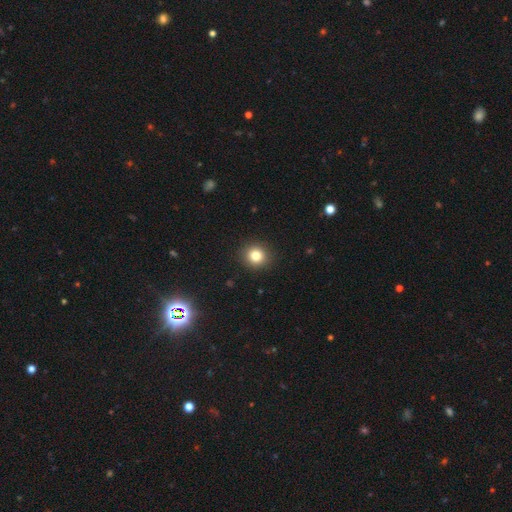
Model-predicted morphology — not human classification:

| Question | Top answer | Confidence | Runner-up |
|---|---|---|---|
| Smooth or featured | smooth | 81% | star or artifact (12%) |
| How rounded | round | 89% | in between (10%) |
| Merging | none | 92% | minor disturbance (5%) |